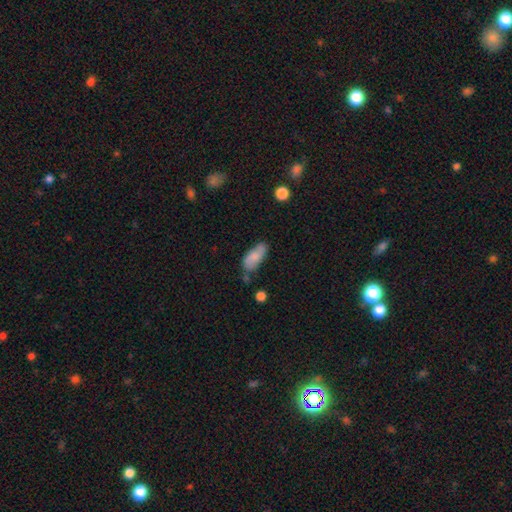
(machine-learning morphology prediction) This appears to be a smooth galaxy with no disk features (75%) that is in between round and cigar-shaped (82%). Merging: none (60%).